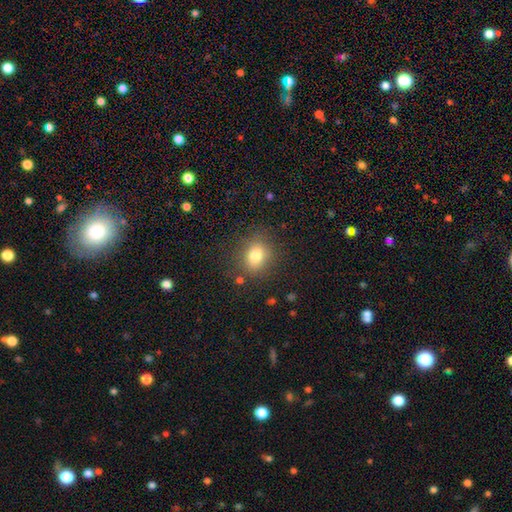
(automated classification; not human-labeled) A smooth galaxy with no disk features (79%) that is round (57%). Merging: none (81%).